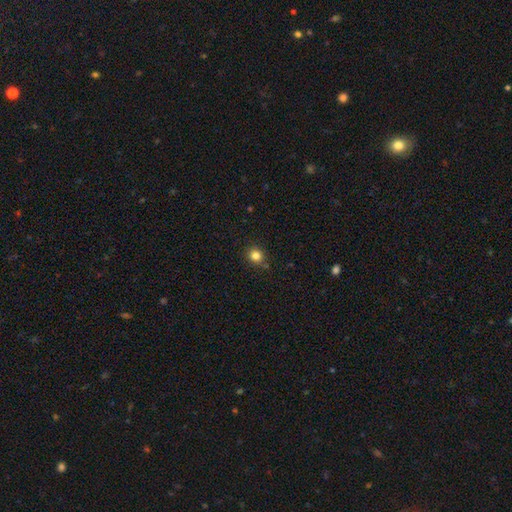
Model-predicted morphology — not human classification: type=smooth (83%); roundness=round (86%); merging=none (85%).